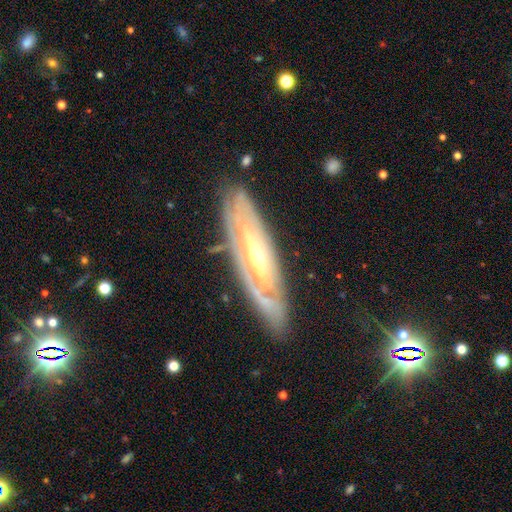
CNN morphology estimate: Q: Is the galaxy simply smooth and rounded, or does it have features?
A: featured or disk — 83%.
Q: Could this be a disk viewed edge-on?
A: no — 71%.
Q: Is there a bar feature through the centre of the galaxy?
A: no — 37%.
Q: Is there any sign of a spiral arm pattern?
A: yes — 84%.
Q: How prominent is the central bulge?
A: moderate — 51%.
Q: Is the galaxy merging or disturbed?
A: none — 79%.